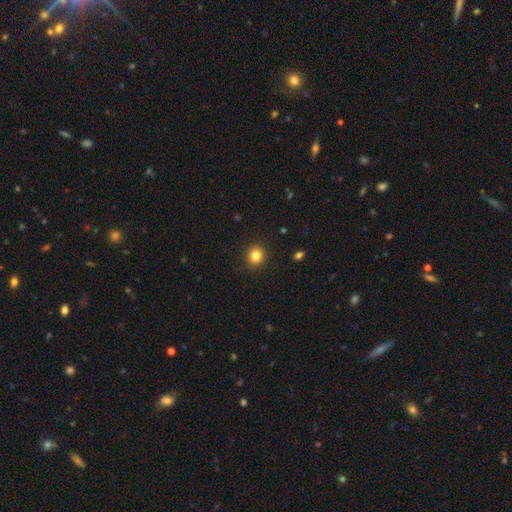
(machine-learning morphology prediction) A smooth galaxy with no disk features (83%) that is round (87%). Merging: none (90%).